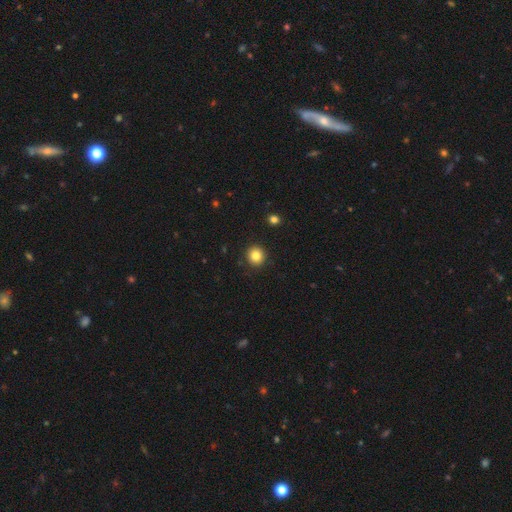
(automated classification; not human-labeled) Smooth or featured? smooth (83%)
How rounded? round (93%)
Merging? none (92%)